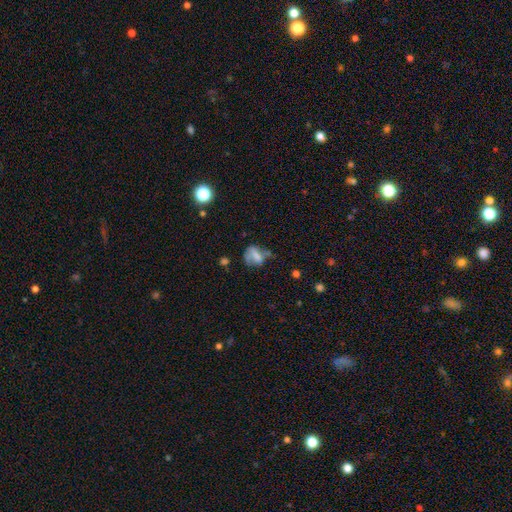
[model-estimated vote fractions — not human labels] Smooth or featured? smooth (56%)
How rounded? in between (59%)
Merging? none (34%)